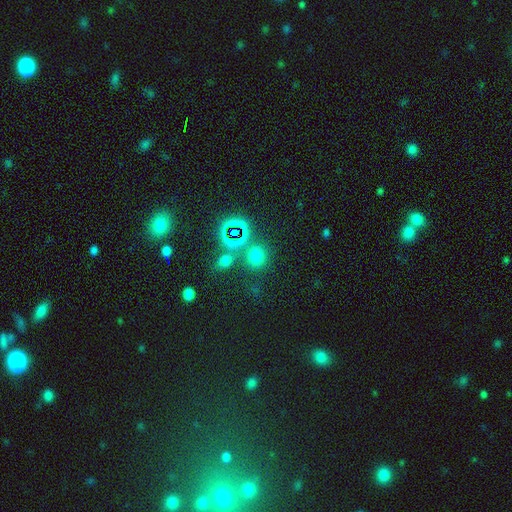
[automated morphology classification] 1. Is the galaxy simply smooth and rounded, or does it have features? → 64% smooth, 30% star or artifact, 6% featured or disk.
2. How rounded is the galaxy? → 73% round, 25% in between, 1% cigar-shaped.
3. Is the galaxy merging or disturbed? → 75% none, 11% merger, 9% minor disturbance, 4% major disturbance.